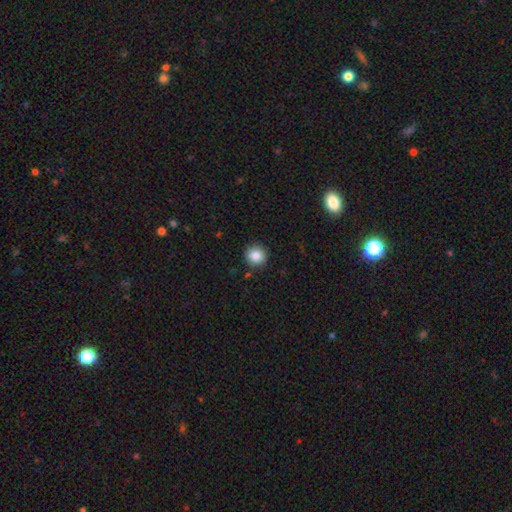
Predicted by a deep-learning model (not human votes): Smooth or featured?
  - smooth: 86% *
  - star or artifact: 9%
  - featured or disk: 5%
How rounded?
  - round: 93% *
  - in between: 6%
  - cigar-shaped: 1%
Merging?
  - none: 91% *
  - minor disturbance: 6%
  - major disturbance: 2%
  - merger: 1%